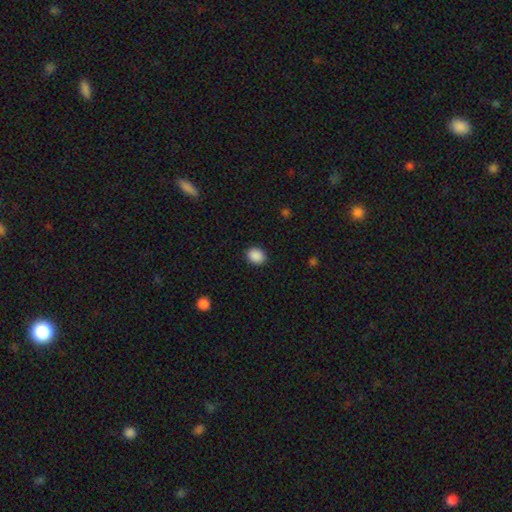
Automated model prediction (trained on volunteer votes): Q: Smooth or featured?
A: smooth (89%); runner-up: star or artifact (8%)
Q: How rounded?
A: round (50%); runner-up: in between (49%)
Q: Merging?
A: none (89%); runner-up: minor disturbance (7%)